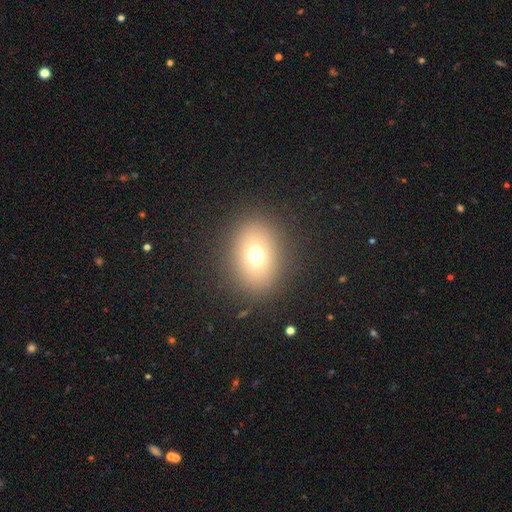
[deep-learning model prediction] smooth 67%, star or artifact 19%, featured or disk 14%. Down the decision tree: how rounded — round (50%); merging — none (86%).